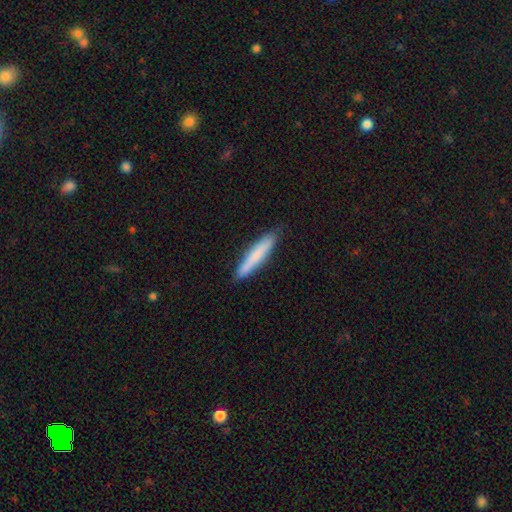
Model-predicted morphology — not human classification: This is likely a smooth galaxy (76%). How rounded: clearly cigar-shaped (91%). Merging: clearly none (87%).